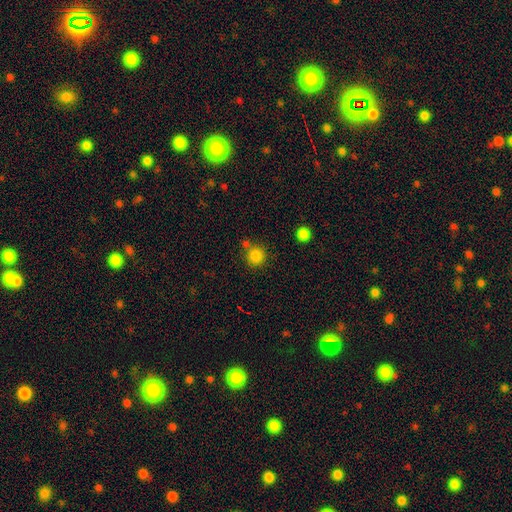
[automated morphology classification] smooth 84%, star or artifact 12%, featured or disk 4%. Down the decision tree: how rounded — round (93%); merging — none (74%).